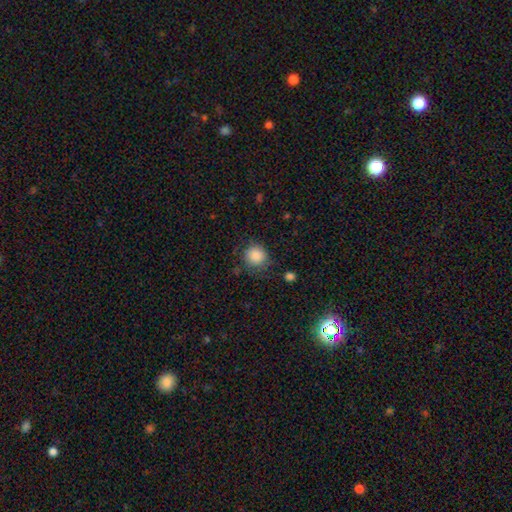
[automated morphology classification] Smooth or featured? smooth (86%)
How rounded? round (88%)
Merging? none (76%)